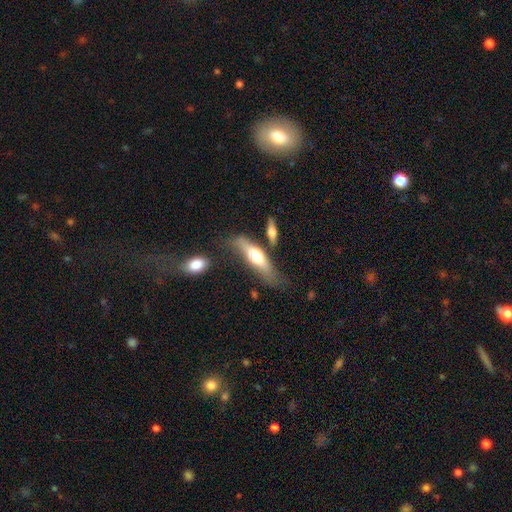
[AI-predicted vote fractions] This is possibly a smooth galaxy (48%). Merging: possibly none (56%).